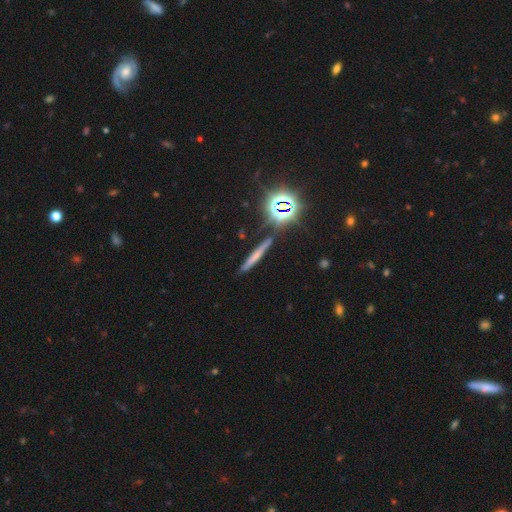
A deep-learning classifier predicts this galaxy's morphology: A smooth galaxy with no disk features (48%).

Vote fractions:
- Smooth or featured? smooth: 48% / featured or disk: 28% / star or artifact: 24%
- Merging? none: 84% / minor disturbance: 9% / merger: 4% / major disturbance: 3%